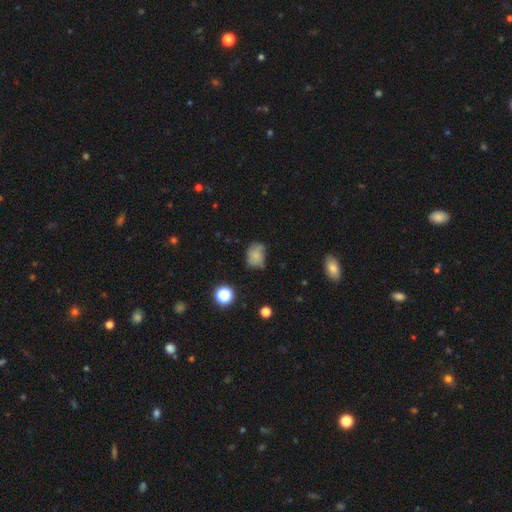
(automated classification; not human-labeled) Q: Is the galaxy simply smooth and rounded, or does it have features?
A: smooth — 73%.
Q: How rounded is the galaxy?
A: in between — 59%.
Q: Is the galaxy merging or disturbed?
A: none — 51%.